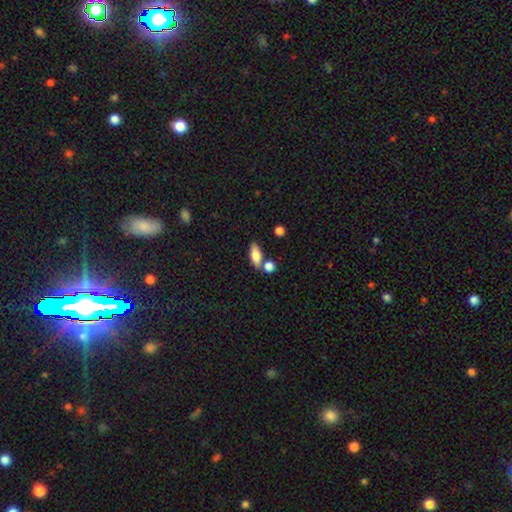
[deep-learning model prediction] Overall: smooth (72%). How rounded: in between (76%). Merging: none (67%).